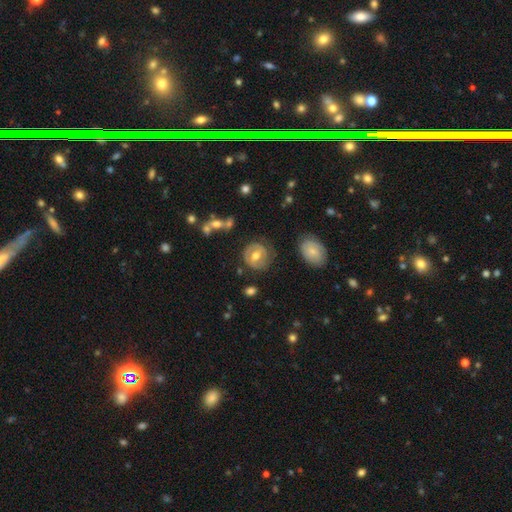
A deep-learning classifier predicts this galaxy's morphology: A featured or disk galaxy (52%). Merging: none (75%).